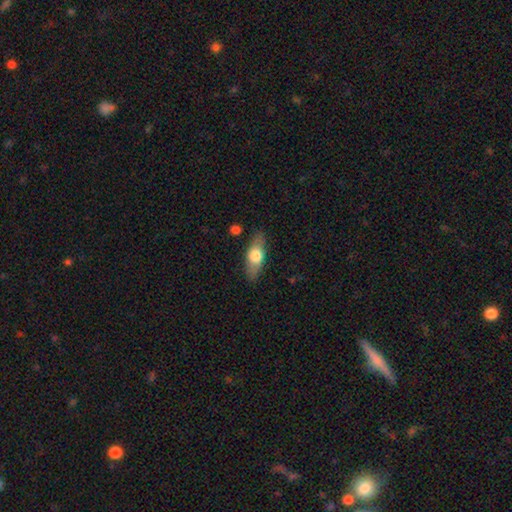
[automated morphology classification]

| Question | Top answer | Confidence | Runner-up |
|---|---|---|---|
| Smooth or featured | smooth | 64% | featured or disk (30%) |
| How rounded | in between | 71% | cigar-shaped (25%) |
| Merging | none | 83% | minor disturbance (12%) |